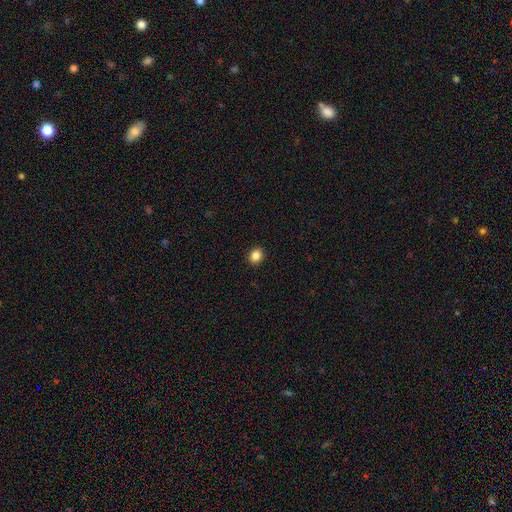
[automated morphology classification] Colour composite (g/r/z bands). It shows a smooth galaxy with no disk features (86%) that is round (66%). Merging: none (91%).